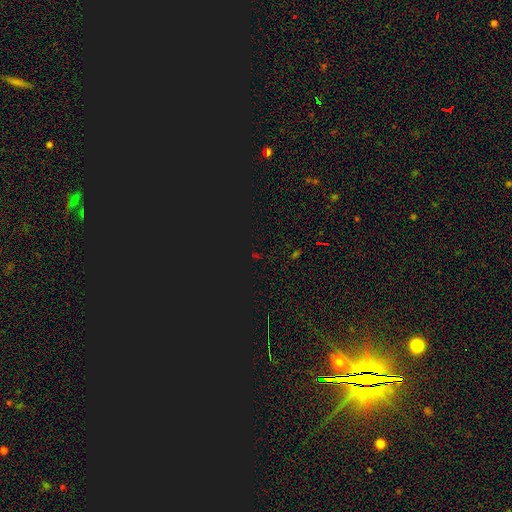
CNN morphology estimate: The model was most divided on "smooth or featured": star or artifact: 77%, smooth: 16%, featured or disk: 7%.